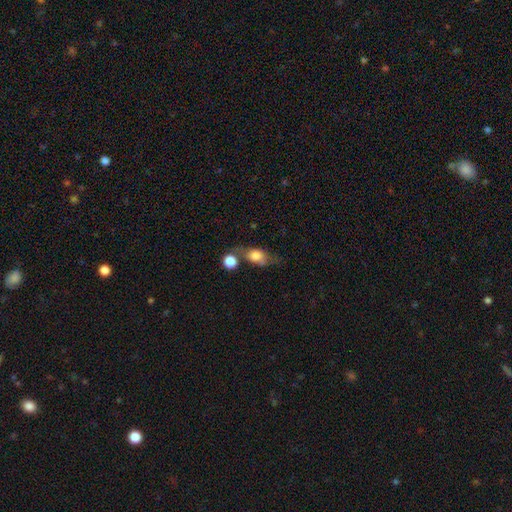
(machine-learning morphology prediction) smooth_or_featured: smooth (p=0.67) [alt: featured or disk p=0.24]
how_rounded: in between (p=0.64) [alt: round p=0.27]
merging: none (p=0.44) [alt: merger p=0.23]